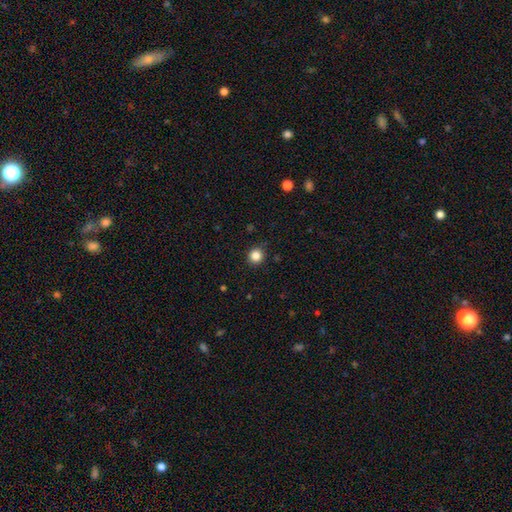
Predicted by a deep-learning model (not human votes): This appears to be a smooth galaxy with no disk features (84%) that is round (94%). Merging: none (90%).